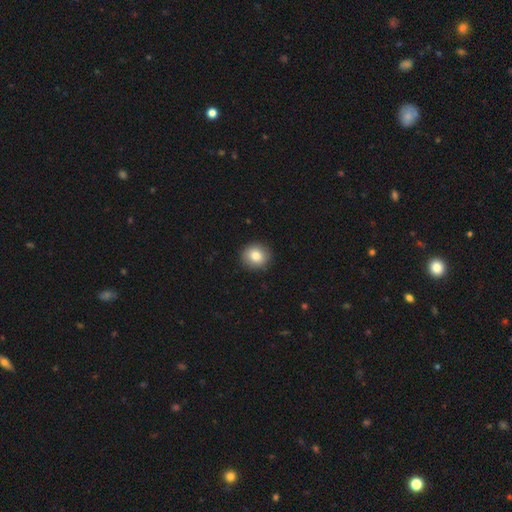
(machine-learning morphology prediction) Smooth or featured? Predicted: smooth (p=0.83). How rounded? Predicted: round (p=0.88). Merging? Predicted: none (p=0.91).